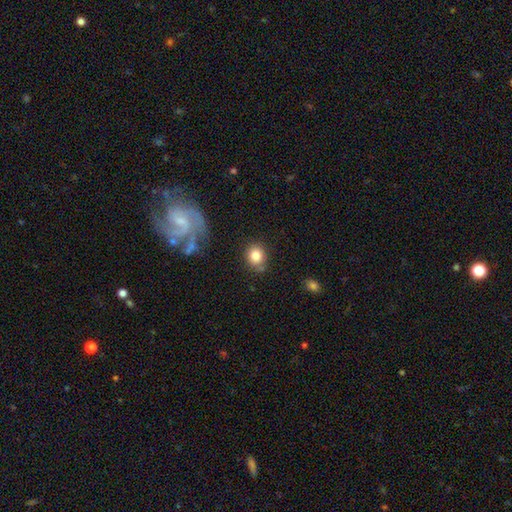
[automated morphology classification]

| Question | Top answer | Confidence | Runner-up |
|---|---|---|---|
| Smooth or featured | smooth | 83% | star or artifact (9%) |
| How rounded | round | 74% | in between (25%) |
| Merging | none | 75% | minor disturbance (16%) |